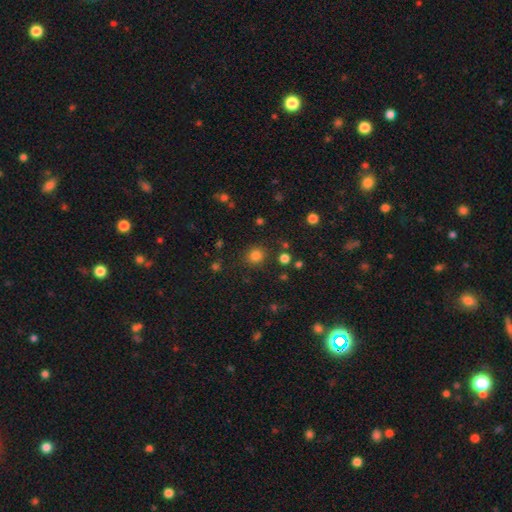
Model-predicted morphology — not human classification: Smooth or featured?
  - smooth: 82% *
  - star or artifact: 14%
  - featured or disk: 4%
How rounded?
  - round: 84% *
  - in between: 15%
  - cigar-shaped: 1%
Merging?
  - none: 86% *
  - minor disturbance: 8%
  - major disturbance: 3%
  - merger: 3%